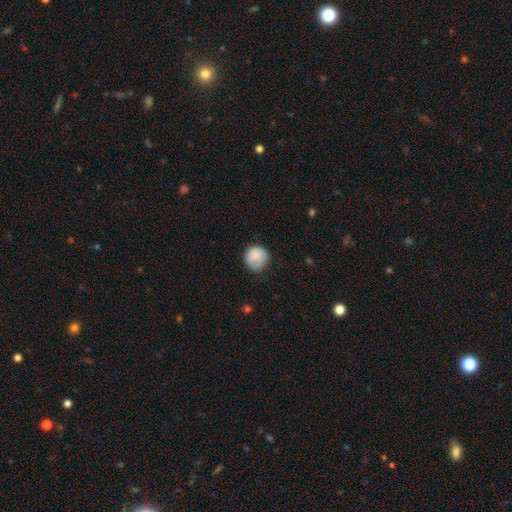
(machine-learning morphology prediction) A smooth galaxy with no disk features (84%) that is round (92%).

Vote fractions:
- Smooth or featured? smooth: 84% / featured or disk: 9% / star or artifact: 7%
- How rounded? round: 92% / in between: 7% / cigar-shaped: 1%
- Merging? none: 74% / minor disturbance: 19% / major disturbance: 5% / merger: 1%